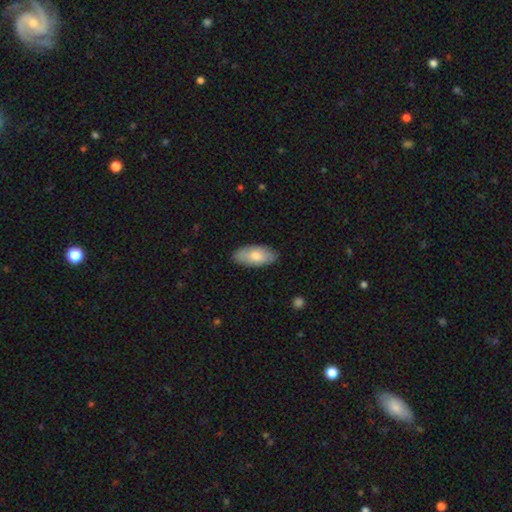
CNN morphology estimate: Smooth or featured? Predicted: smooth (p=0.73). How rounded? Predicted: in between (p=0.91). Merging? Predicted: none (p=0.86).